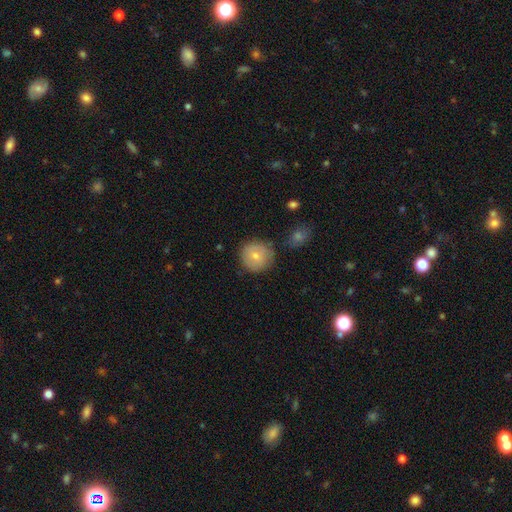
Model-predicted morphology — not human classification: smooth_or_featured: smooth (p=0.75) [alt: featured or disk p=0.18]
how_rounded: round (p=0.93) [alt: in between p=0.06]
merging: none (p=0.78) [alt: minor disturbance p=0.13]